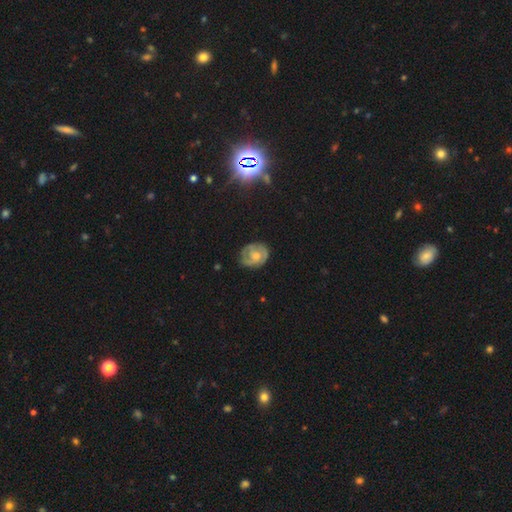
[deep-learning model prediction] Morphology: type=featured or disk (65%); edge-on=no (97%); bar=no (74%); spiral arms=yes (76%); bulge=moderate (51%); merging=none (67%).